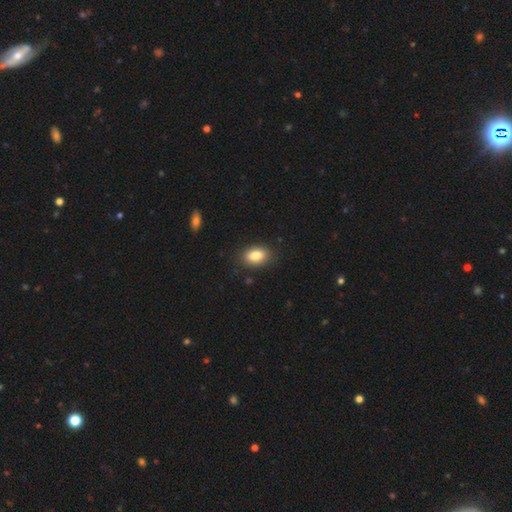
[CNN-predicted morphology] Smooth or featured: smooth — 85% (star or artifact — 8%)
How rounded: in between — 87% (round — 11%)
Merging: none — 87% (minor disturbance — 10%)